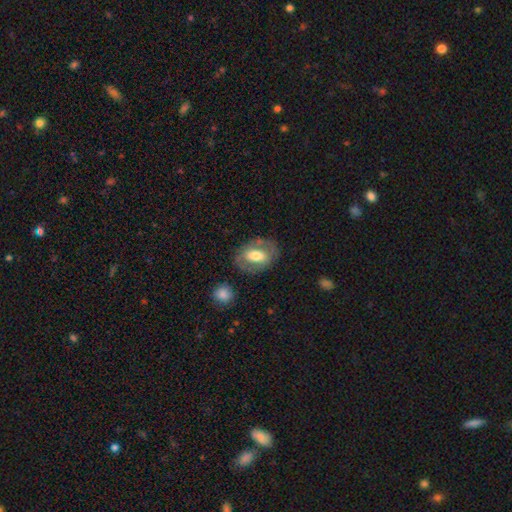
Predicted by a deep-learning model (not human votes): A smooth galaxy with no disk features (51%) that is in between round and cigar-shaped (80%).

Vote fractions:
- Smooth or featured? smooth: 51% / featured or disk: 42% / star or artifact: 7%
- How rounded? in between: 80% / round: 18% / cigar-shaped: 2%
- Merging? none: 74% / minor disturbance: 16% / major disturbance: 7% / merger: 3%